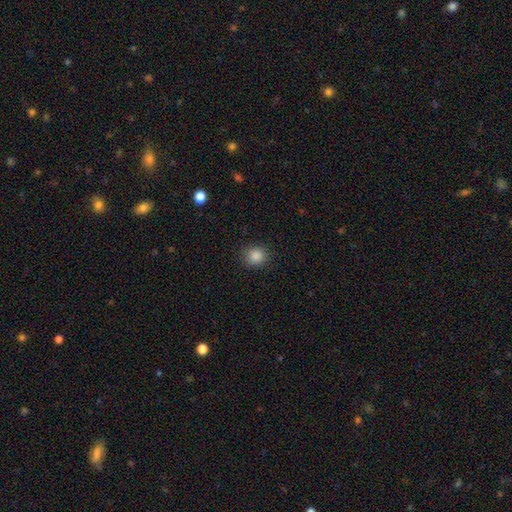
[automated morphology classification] smooth 86%, star or artifact 11%, featured or disk 3%. Down the decision tree: how rounded — round (88%); merging — none (89%).